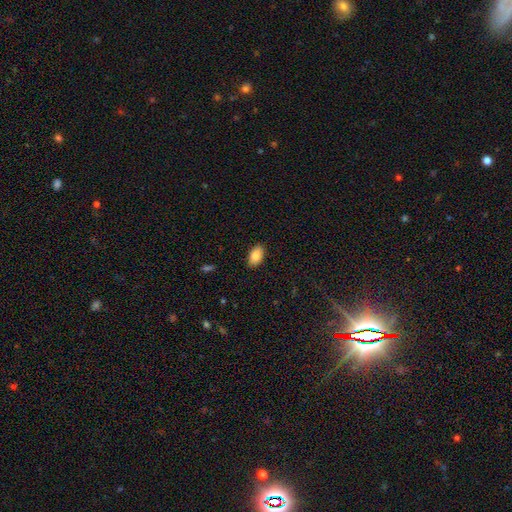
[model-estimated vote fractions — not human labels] Smooth or featured?
  - smooth: 86% *
  - star or artifact: 7%
  - featured or disk: 6%
How rounded?
  - in between: 93% *
  - round: 5%
  - cigar-shaped: 2%
Merging?
  - none: 88% *
  - minor disturbance: 9%
  - major disturbance: 2%
  - merger: 1%